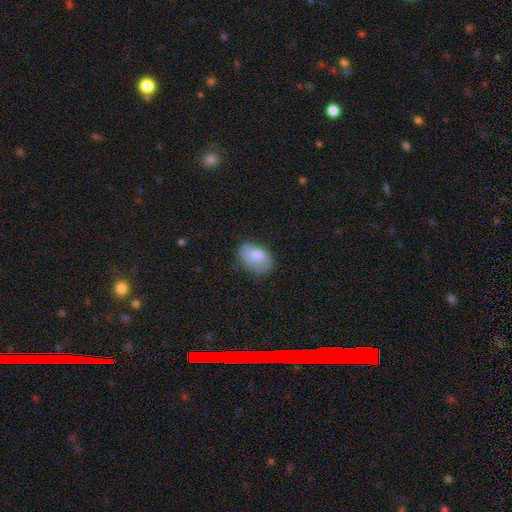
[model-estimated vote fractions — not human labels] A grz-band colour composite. It shows a smooth galaxy with no disk features (78%) that is in between round and cigar-shaped (87%). Merging: none (61%).